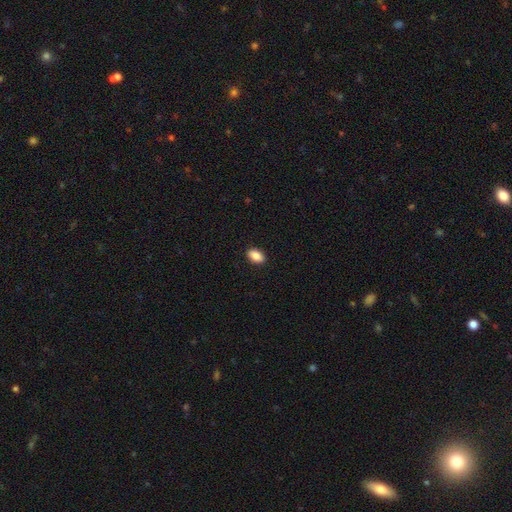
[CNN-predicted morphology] smooth 89%, star or artifact 7%, featured or disk 4%. Down the decision tree: how rounded — in between (90%); merging — none (91%).